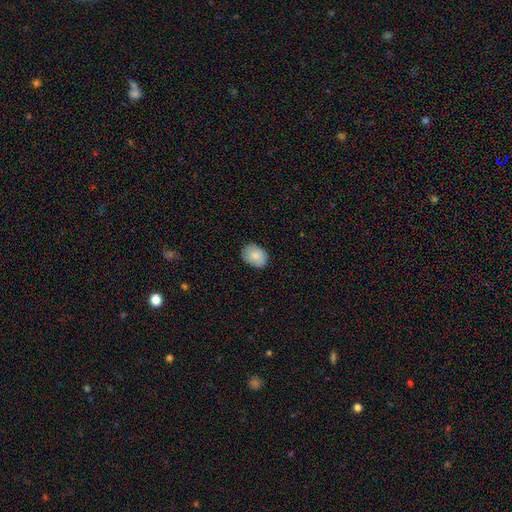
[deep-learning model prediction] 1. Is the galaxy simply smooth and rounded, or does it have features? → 85% smooth, 8% featured or disk, 7% star or artifact.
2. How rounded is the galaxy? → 67% in between, 32% round, 1% cigar-shaped.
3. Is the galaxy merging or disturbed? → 83% none, 13% minor disturbance, 2% major disturbance, 1% merger.